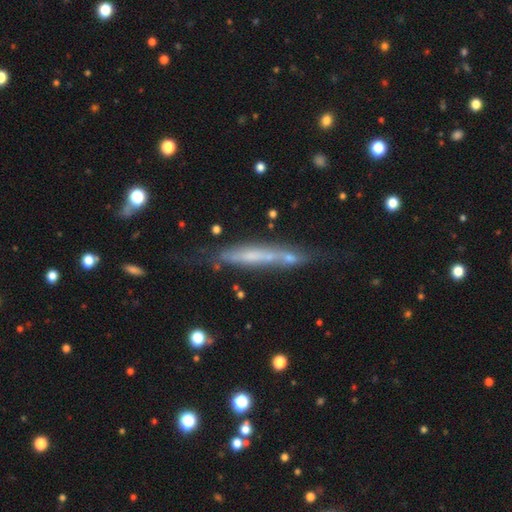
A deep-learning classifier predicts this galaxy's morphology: Smooth or featured? featured or disk (55%)
Edge-on disk? yes (81%)
Merging? none (54%)